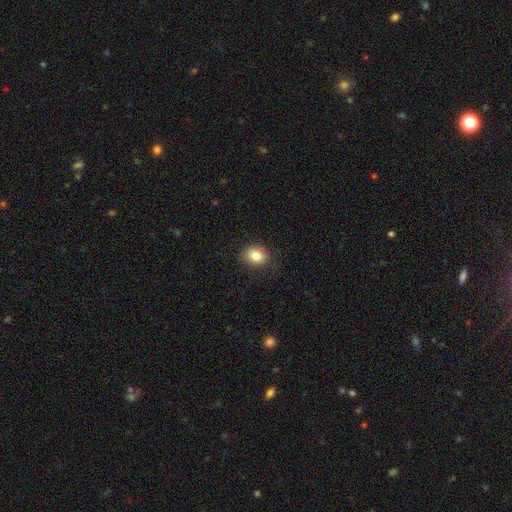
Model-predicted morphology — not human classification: This is clearly a smooth galaxy (84%). How rounded: possibly round (59%). Merging: clearly none (84%).